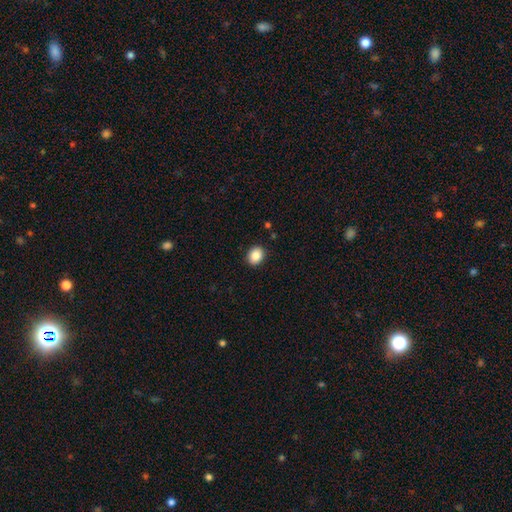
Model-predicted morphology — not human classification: Overall: smooth (86%). How rounded: round (53%; in between 46%). Merging: none (90%).